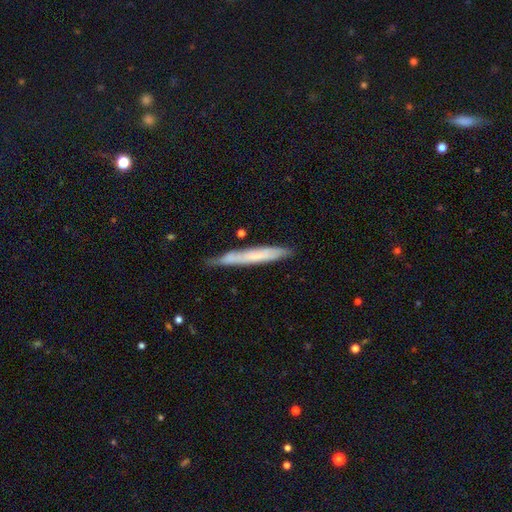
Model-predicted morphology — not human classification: This is possibly a smooth galaxy (55%). How rounded: clearly cigar-shaped (95%). Merging: likely none (73%).